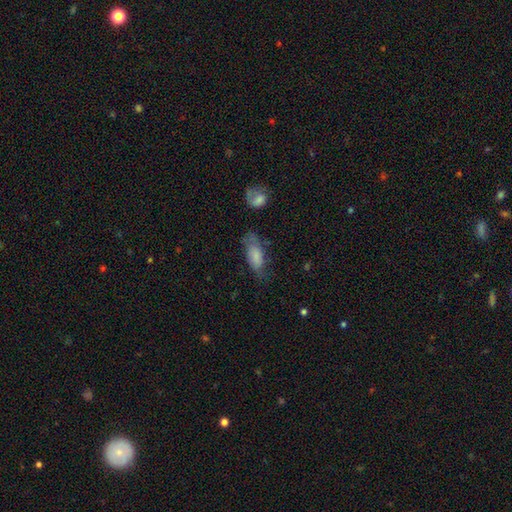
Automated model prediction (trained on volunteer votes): A smooth galaxy with no disk features (73%) that is in between round and cigar-shaped (85%).

Vote fractions:
- Smooth or featured? smooth: 73% / featured or disk: 19% / star or artifact: 8%
- How rounded? in between: 85% / cigar-shaped: 12% / round: 3%
- Merging? none: 49% / minor disturbance: 30% / major disturbance: 17% / merger: 4%